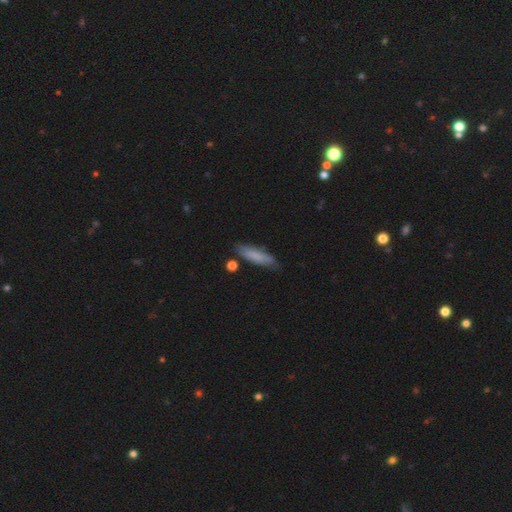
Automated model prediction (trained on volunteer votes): smooth_or_featured: smooth (p=0.76) [alt: featured or disk p=0.17]
how_rounded: cigar-shaped (p=0.64) [alt: in between p=0.34]
merging: none (p=0.73) [alt: minor disturbance p=0.20]